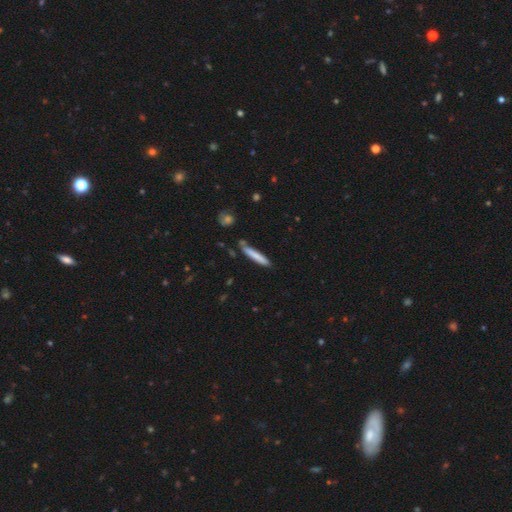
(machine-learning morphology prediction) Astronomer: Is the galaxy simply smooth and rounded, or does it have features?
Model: smooth — 77%.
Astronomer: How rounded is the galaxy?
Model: cigar-shaped — 94%.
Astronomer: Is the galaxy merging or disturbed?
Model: none — 81%.